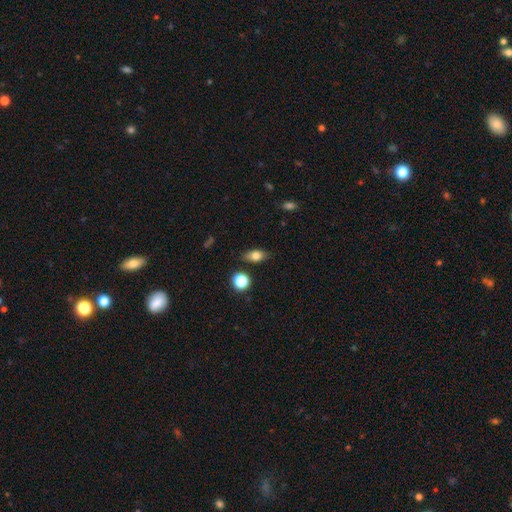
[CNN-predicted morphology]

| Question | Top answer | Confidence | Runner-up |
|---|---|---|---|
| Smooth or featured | smooth | 77% | featured or disk (13%) |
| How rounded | in between | 78% | round (14%) |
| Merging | none | 83% | minor disturbance (12%) |